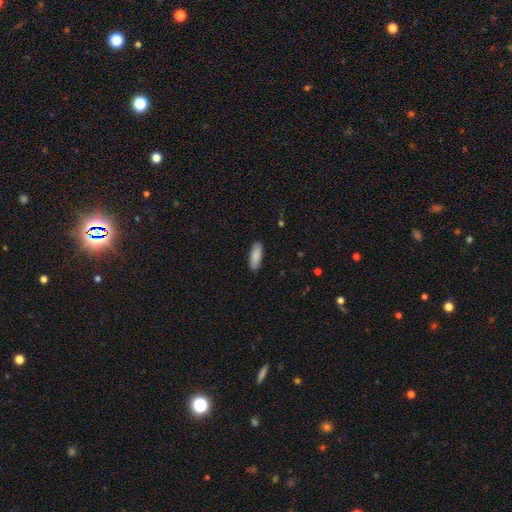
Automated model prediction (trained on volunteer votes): Morphology: type=smooth (89%); roundness=in between (70%); merging=none (88%).